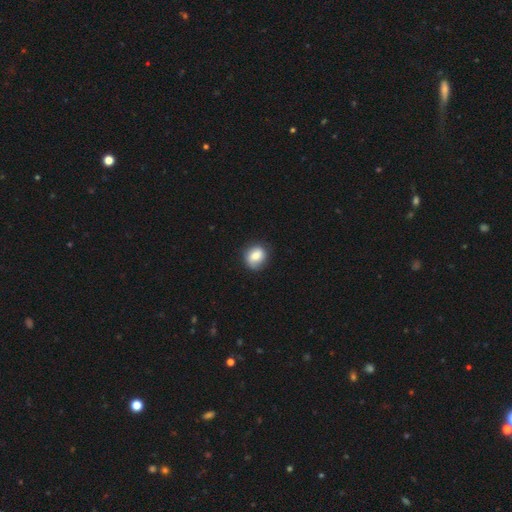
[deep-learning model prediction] smooth_or_featured: smooth (p=0.75) [alt: featured or disk p=0.16]
how_rounded: round (p=0.71) [alt: in between p=0.28]
merging: none (p=0.78) [alt: minor disturbance p=0.17]